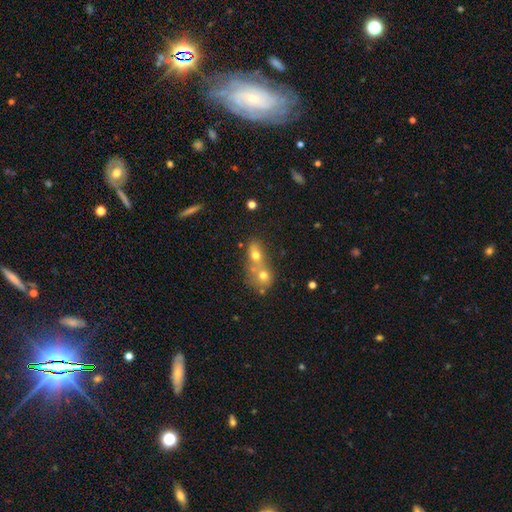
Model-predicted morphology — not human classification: type=smooth (62%); roundness=round (50%); merging=merger (71%).